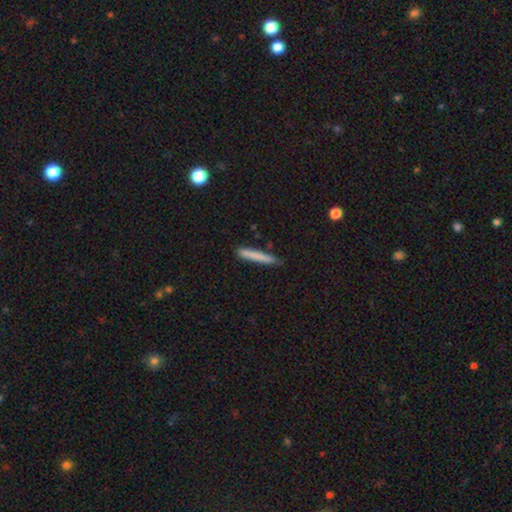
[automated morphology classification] smooth_or_featured: smooth (p=0.79) [alt: featured or disk p=0.14]
how_rounded: cigar-shaped (p=0.95) [alt: in between p=0.04]
merging: none (p=0.80) [alt: minor disturbance p=0.15]